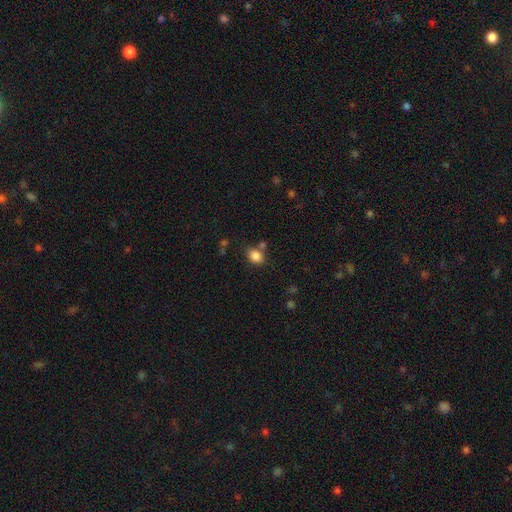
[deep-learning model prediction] Q: Smooth or featured?
A: smooth (84%); runner-up: star or artifact (10%)
Q: How rounded?
A: in between (64%); runner-up: round (35%)
Q: Merging?
A: none (68%); runner-up: merger (14%)